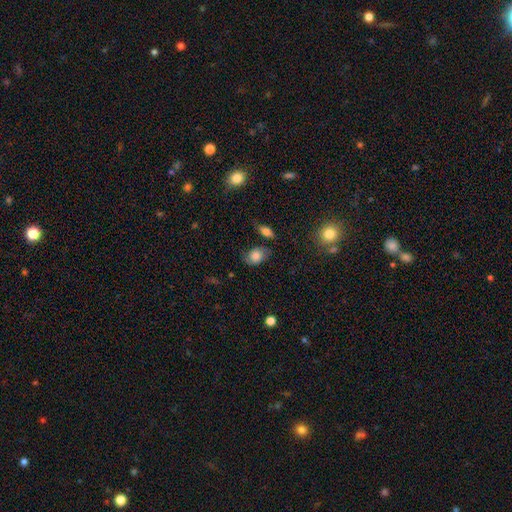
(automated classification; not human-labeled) smooth-or-featured: smooth: 73% | featured or disk: 18% | star or artifact: 9%
  how-rounded: in between: 78% | round: 21% | cigar-shaped: 1%
  merging: none: 62% | minor disturbance: 25% | major disturbance: 8% | merger: 4%